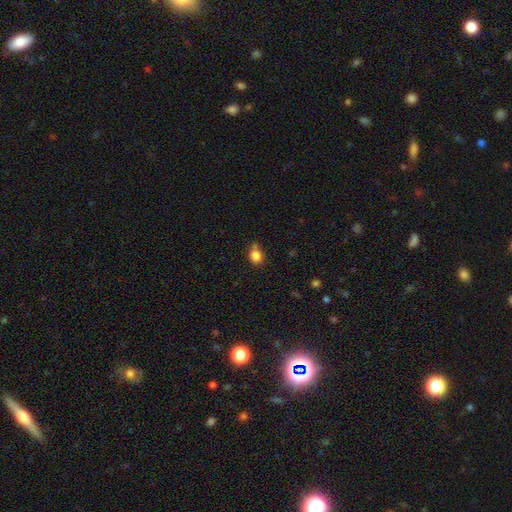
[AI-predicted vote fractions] Smooth or featured: smooth — 83% (star or artifact — 11%)
How rounded: round — 71% (in between — 28%)
Merging: none — 60% (minor disturbance — 24%)